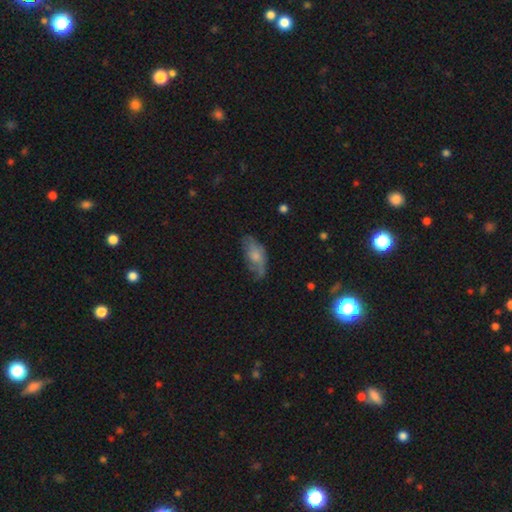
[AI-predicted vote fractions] Morphology: type=smooth (52%); roundness=in between (88%); merging=none (48%).